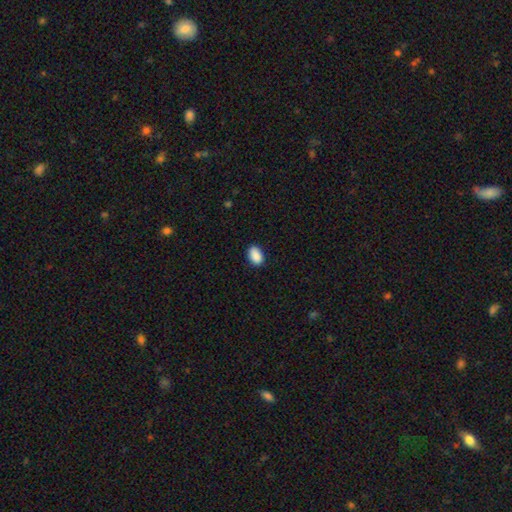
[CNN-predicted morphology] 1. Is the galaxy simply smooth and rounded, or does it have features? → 90% smooth, 8% star or artifact, 3% featured or disk.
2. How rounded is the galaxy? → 89% in between, 10% round, 1% cigar-shaped.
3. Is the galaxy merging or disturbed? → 87% none, 10% minor disturbance, 2% major disturbance, 1% merger.